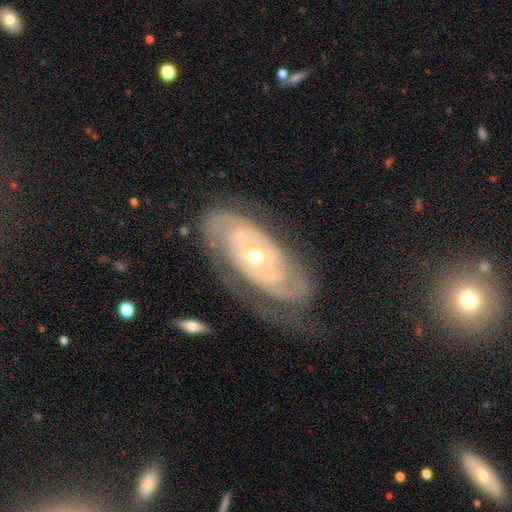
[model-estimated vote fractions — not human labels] This is clearly a featured or disk galaxy (87%). It is clearly not viewed edge-on (94%). Bar: likely no (66%). Spiral arm pattern: clearly yes (93%). Spiral arm count: marginally 2 (42%). Spiral winding: likely tight (74%). Central bulge: possibly moderate (56%). Merging: likely none (65%).